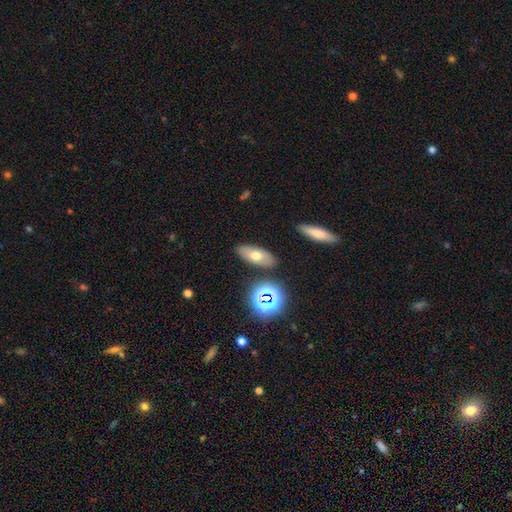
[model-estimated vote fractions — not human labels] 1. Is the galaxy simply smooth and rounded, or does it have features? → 62% smooth, 25% featured or disk, 13% star or artifact.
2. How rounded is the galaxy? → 80% in between, 14% cigar-shaped, 6% round.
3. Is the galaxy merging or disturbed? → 84% none, 10% minor disturbance, 4% merger, 3% major disturbance.